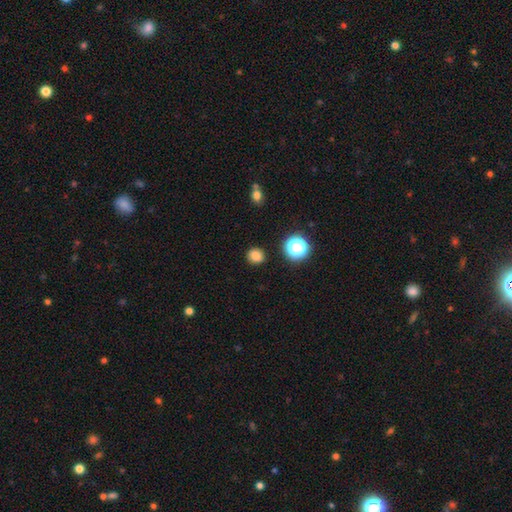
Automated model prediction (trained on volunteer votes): smooth-or-featured: smooth: 82% | star or artifact: 15% | featured or disk: 4%
  how-rounded: round: 84% | in between: 15% | cigar-shaped: 1%
  merging: none: 89% | minor disturbance: 7% | major disturbance: 2% | merger: 2%